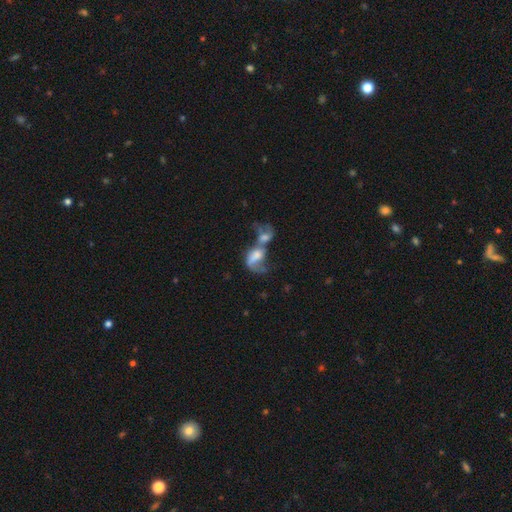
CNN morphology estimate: A featured or disk galaxy (58%) with no bar (56%), spiral arms (73%) and a moderate central bulge (36%).

Vote fractions:
- Smooth or featured? featured or disk: 58% / smooth: 32% / star or artifact: 10%
- Edge-on disk? no: 96% / yes: 4%
- Bar? no: 56% / weak: 32% / strong: 12%
- Spiral arms? yes: 73% / no: 27%
- Bulge size? moderate: 36% / small: 20% / none: 20% / large: 20% / dominant: 4%
- Merging? merger: 76% / major disturbance: 12% / none: 8% / minor disturbance: 4%